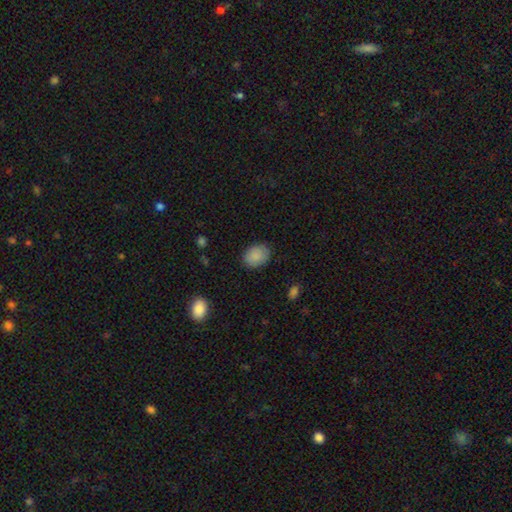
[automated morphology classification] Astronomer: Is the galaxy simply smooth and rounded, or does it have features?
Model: smooth — 88%.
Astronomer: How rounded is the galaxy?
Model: in between — 68%.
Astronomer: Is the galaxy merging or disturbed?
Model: none — 85%.